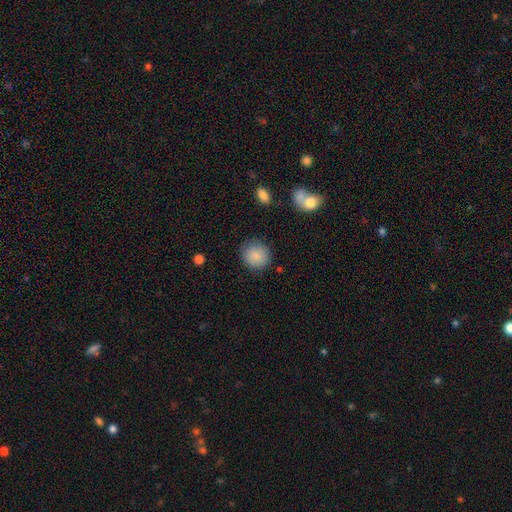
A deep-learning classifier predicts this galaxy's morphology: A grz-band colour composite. It shows a smooth galaxy with no disk features (87%) that is round (90%). Merging: none (85%).